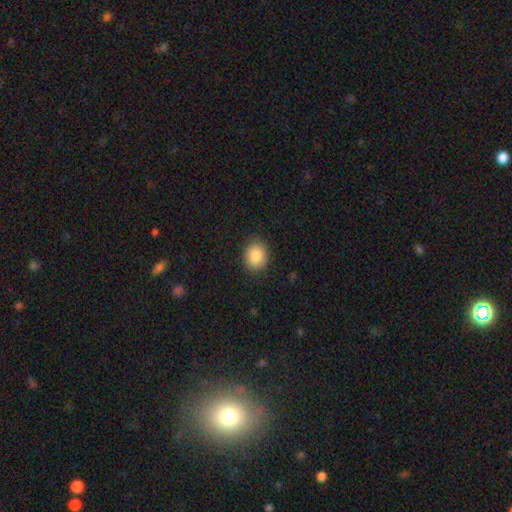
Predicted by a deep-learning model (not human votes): Q: Smooth or featured?
A: smooth (87%); runner-up: star or artifact (8%)
Q: How rounded?
A: round (54%); runner-up: in between (45%)
Q: Merging?
A: none (87%); runner-up: minor disturbance (9%)